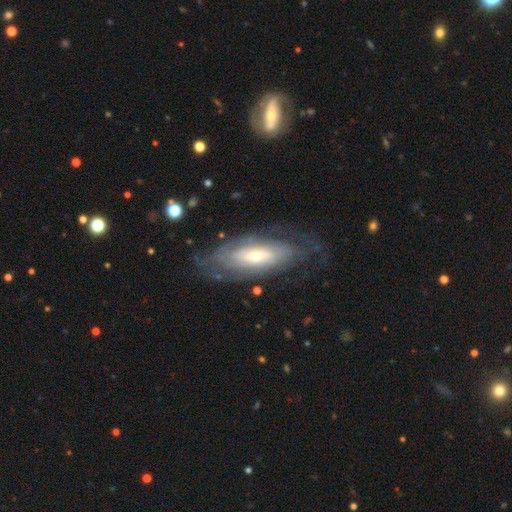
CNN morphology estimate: smooth_or_featured: featured or disk (p=0.71) [alt: smooth p=0.23]
disk_edge_on: no (p=0.83) [alt: yes p=0.17]
bar: no (p=0.58) [alt: weak p=0.31]
has_spiral_arms: yes (p=0.78) [alt: no p=0.22]
bulge_size: moderate (p=0.47) [alt: small p=0.42]
merging: none (p=0.68) [alt: minor disturbance p=0.19]